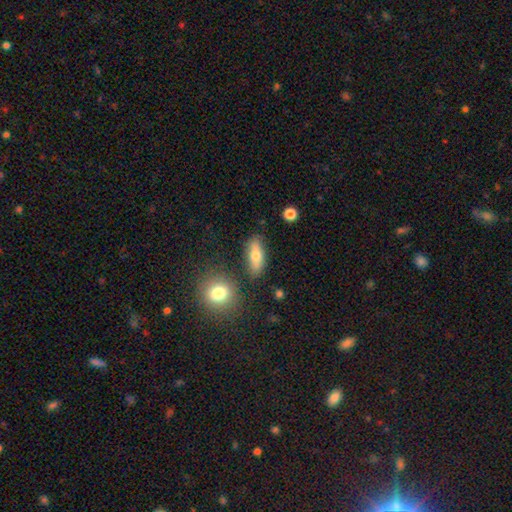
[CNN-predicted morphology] smooth_or_featured: smooth (p=0.70) [alt: featured or disk p=0.21]
how_rounded: in between (p=0.66) [alt: cigar-shaped p=0.28]
merging: none (p=0.80) [alt: minor disturbance p=0.12]